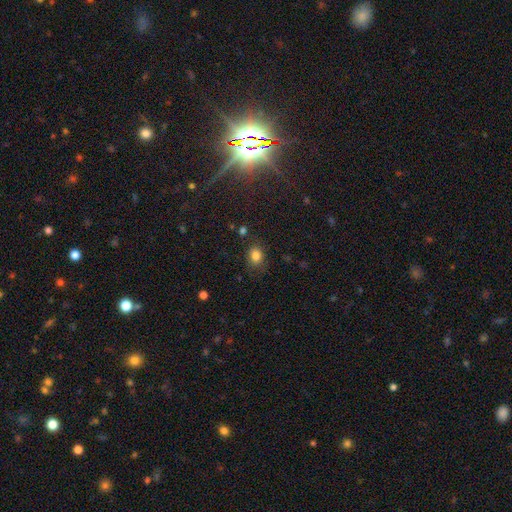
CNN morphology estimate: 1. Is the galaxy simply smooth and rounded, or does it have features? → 81% smooth, 12% star or artifact, 7% featured or disk.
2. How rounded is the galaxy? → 53% in between, 46% round, 1% cigar-shaped.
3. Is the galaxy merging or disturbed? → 75% none, 17% minor disturbance, 5% major disturbance, 3% merger.